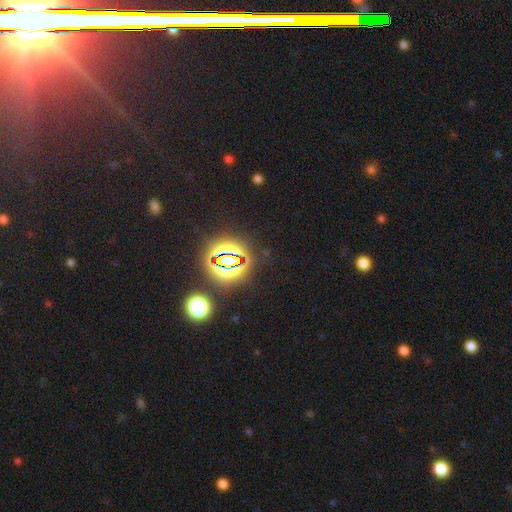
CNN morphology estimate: Smooth or featured?
  - star or artifact: 78% *
  - smooth: 13%
  - featured or disk: 9%